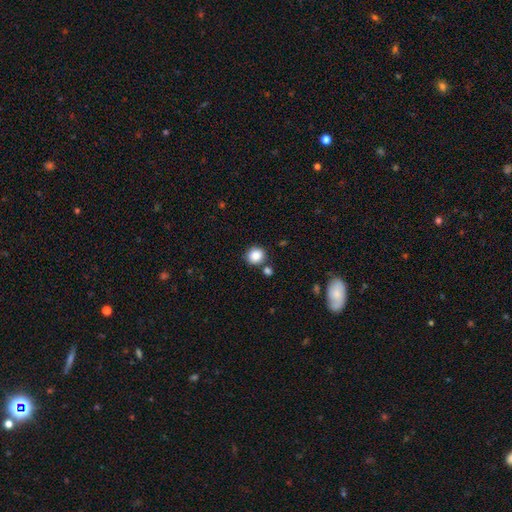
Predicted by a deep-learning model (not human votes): Smooth or featured?
  - smooth: 87% *
  - star or artifact: 9%
  - featured or disk: 4%
How rounded?
  - round: 86% *
  - in between: 13%
  - cigar-shaped: 1%
Merging?
  - none: 79% *
  - merger: 9%
  - minor disturbance: 9%
  - major disturbance: 3%